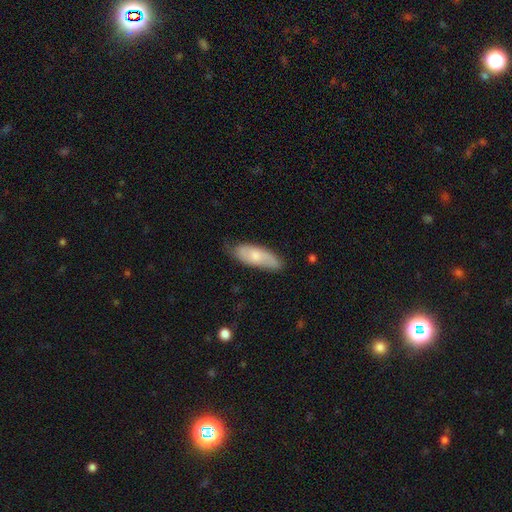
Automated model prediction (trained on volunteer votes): Smooth or featured: smooth — 62% (featured or disk — 33%)
How rounded: in between — 69% (cigar-shaped — 29%)
Merging: none — 68% (minor disturbance — 26%)